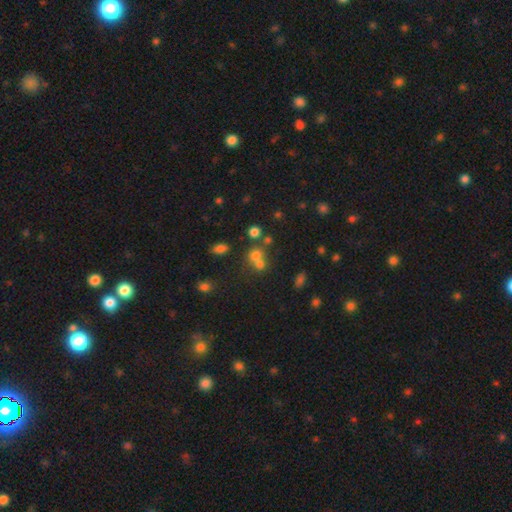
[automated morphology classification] A smooth galaxy with no disk features (64%) that is round (77%). Merging: merger (48%).